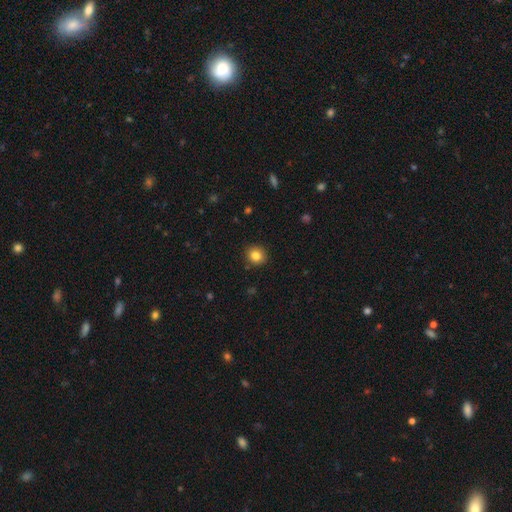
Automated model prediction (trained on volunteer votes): Morphology: type=smooth (83%); roundness=round (84%); merging=none (90%).